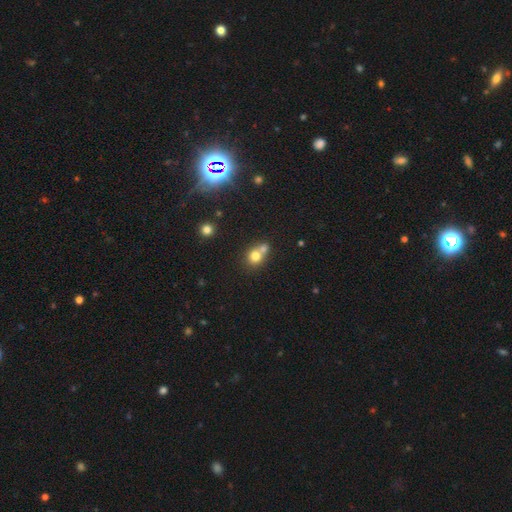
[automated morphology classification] Smooth or featured? Predicted: smooth (p=0.75). How rounded? Predicted: round (p=0.76). Merging? Predicted: merger (p=0.54).